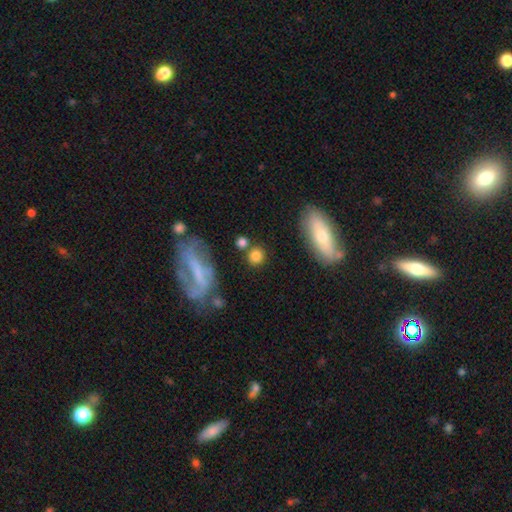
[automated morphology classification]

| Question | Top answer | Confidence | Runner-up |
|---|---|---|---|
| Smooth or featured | smooth | 79% | star or artifact (11%) |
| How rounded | round | 86% | in between (12%) |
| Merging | none | 73% | merger (12%) |